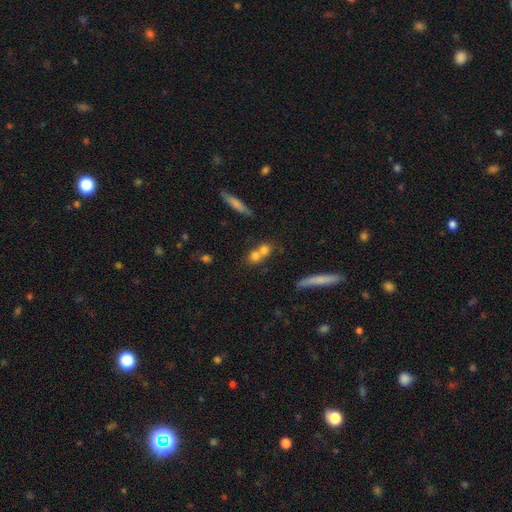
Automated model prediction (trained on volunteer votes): Smooth or featured? smooth (71%)
How rounded? round (65%)
Merging? merger (57%)